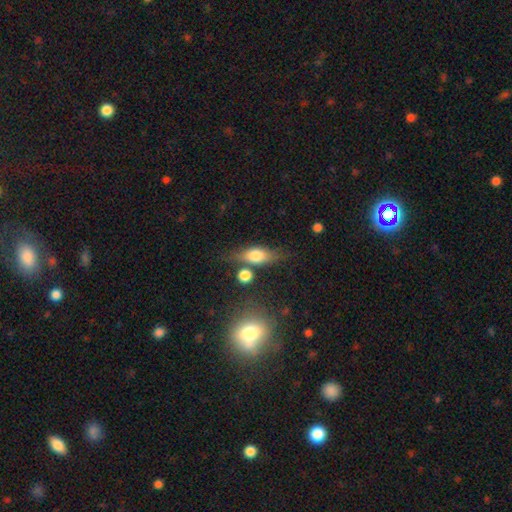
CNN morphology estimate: smooth_or_featured: smooth (p=0.64) [alt: featured or disk p=0.27]
how_rounded: in between (p=0.67) [alt: cigar-shaped p=0.24]
merging: none (p=0.65) [alt: minor disturbance p=0.18]